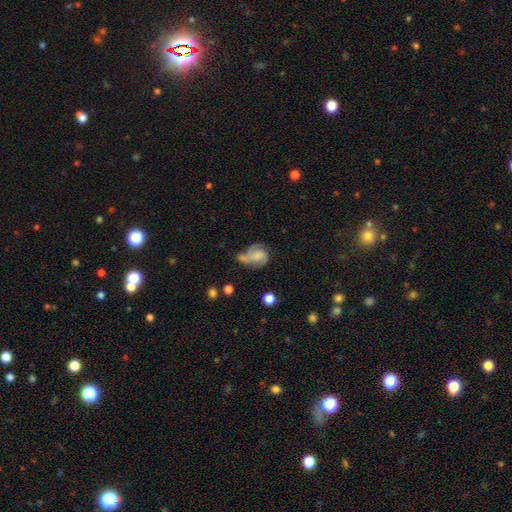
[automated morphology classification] A featured or disk galaxy (56%) with no bar (67%), spiral arms (81%) and no central bulge (42%).

Vote fractions:
- Smooth or featured? featured or disk: 56% / smooth: 35% / star or artifact: 9%
- Edge-on disk? no: 97% / yes: 3%
- Bar? no: 67% / weak: 27% / strong: 6%
- Spiral arms? yes: 81% / no: 19%
- Bulge size? none: 42% / small: 28% / moderate: 21% / large: 7% / dominant: 2%
- Merging? none: 33% / major disturbance: 27% / minor disturbance: 26% / merger: 15%